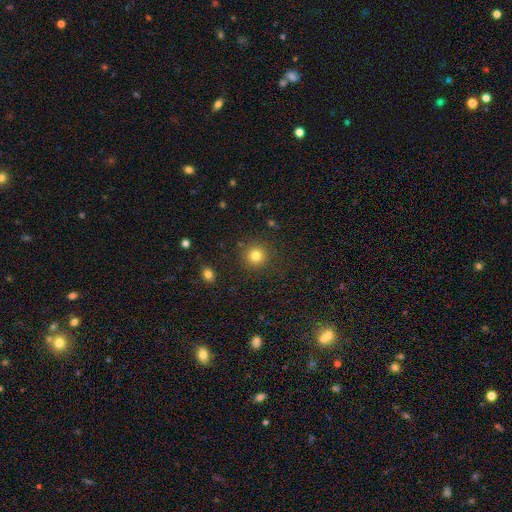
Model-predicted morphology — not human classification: smooth_or_featured: smooth (p=0.81) [alt: star or artifact p=0.13]
how_rounded: round (p=0.94) [alt: in between p=0.05]
merging: none (p=0.89) [alt: minor disturbance p=0.06]